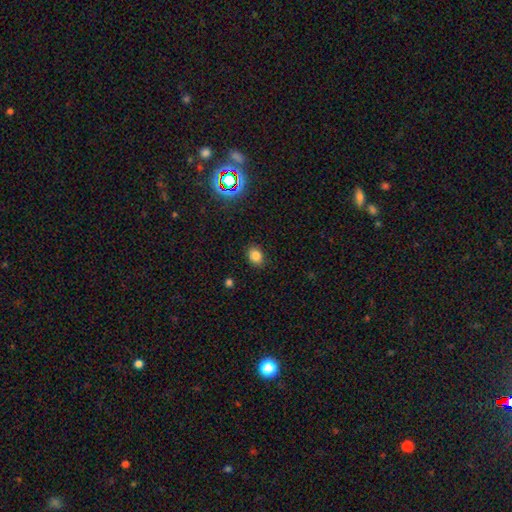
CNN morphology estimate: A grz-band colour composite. It shows a smooth galaxy with no disk features (80%) that is in between round and cigar-shaped (58%). Merging: none (88%).